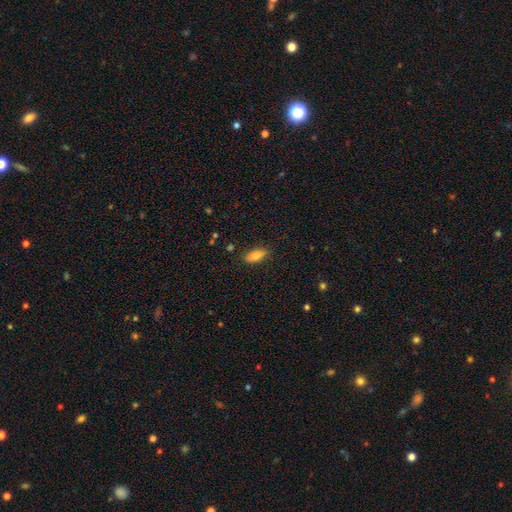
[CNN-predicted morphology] Overall: smooth (82%). How rounded: in between (78%). Merging: none (83%).